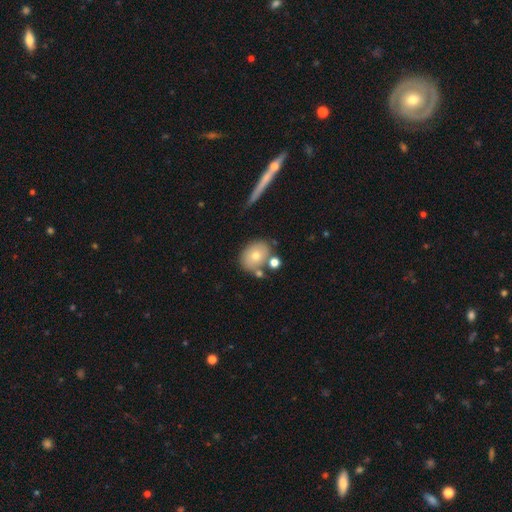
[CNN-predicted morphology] smooth_or_featured: smooth (p=0.65) [alt: featured or disk p=0.25]
how_rounded: round (p=0.55) [alt: in between p=0.43]
merging: none (p=0.66) [alt: merger p=0.15]